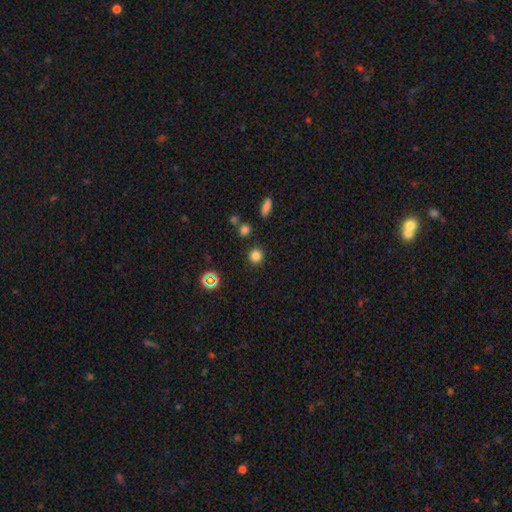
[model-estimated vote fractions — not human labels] The model was most divided on "smooth or featured": smooth: 79%, star or artifact: 16%, featured or disk: 5%. More confident: how rounded — round (91%); merging — none (87%).